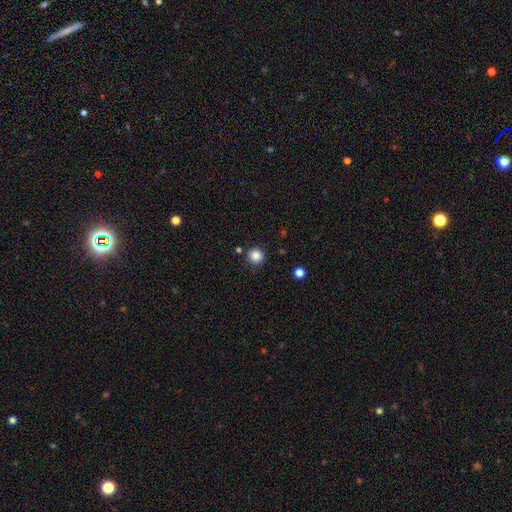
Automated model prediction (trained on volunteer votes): Overall: smooth (85%). How rounded: round (94%). Merging: none (88%).